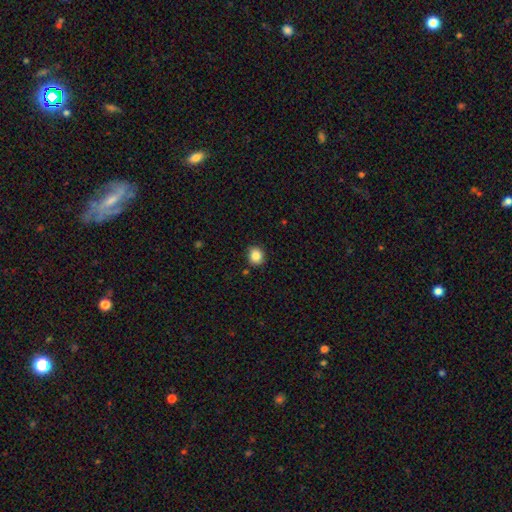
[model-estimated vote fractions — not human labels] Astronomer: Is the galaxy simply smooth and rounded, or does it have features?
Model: smooth — 86%.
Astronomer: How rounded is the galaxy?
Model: round — 77%.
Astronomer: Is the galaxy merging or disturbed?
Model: none — 88%.